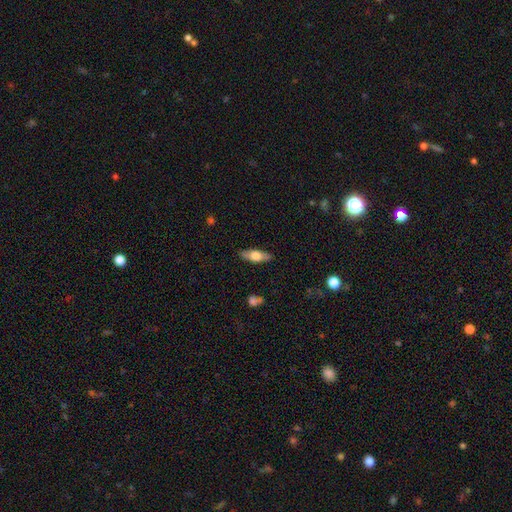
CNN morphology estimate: Smooth or featured? Predicted: smooth (p=0.60). How rounded? Predicted: in between (p=0.61). Merging? Predicted: none (p=0.87).